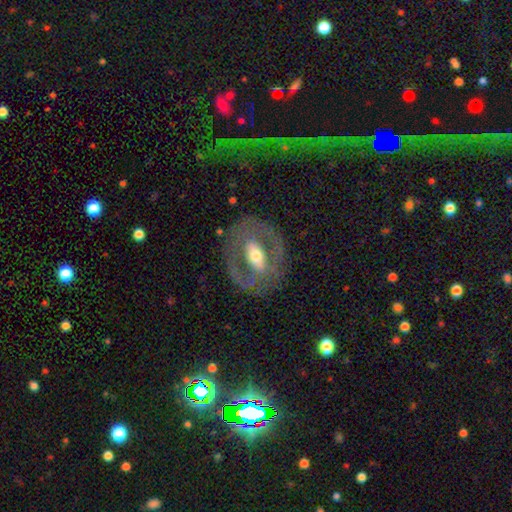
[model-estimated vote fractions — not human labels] Overall: featured or disk (76%). Edge-on disk: no (90%). Bar: strong (52%; weak 28%). Spiral arms: no (51%; yes 49%). Bulge size: moderate (62%). Merging: none (74%).